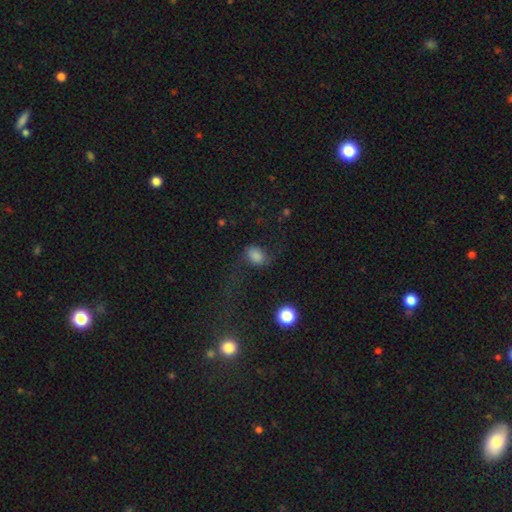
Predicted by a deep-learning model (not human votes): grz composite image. It shows a smooth galaxy with no disk features (73%) that is in between round and cigar-shaped (72%). Merging: none (50%).